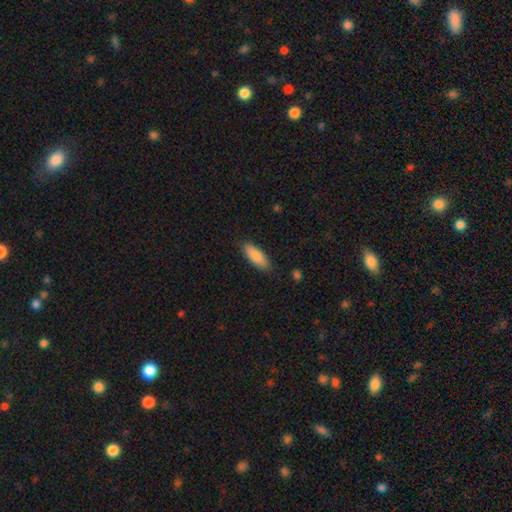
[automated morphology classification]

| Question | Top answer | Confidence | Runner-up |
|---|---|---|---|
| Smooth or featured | smooth | 88% | featured or disk (6%) |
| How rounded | in between | 68% | cigar-shaped (30%) |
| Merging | none | 86% | minor disturbance (10%) |